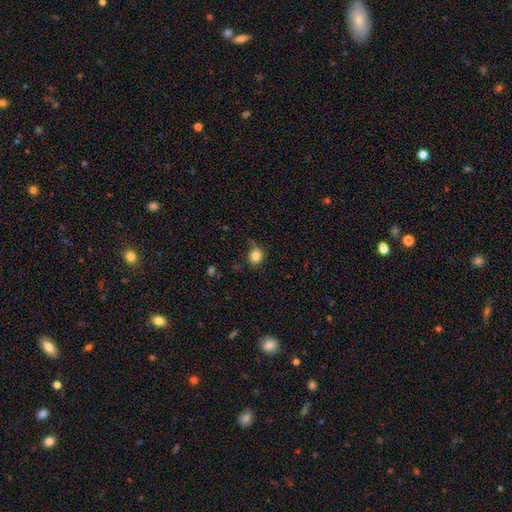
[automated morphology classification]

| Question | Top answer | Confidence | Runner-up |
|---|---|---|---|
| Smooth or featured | smooth | 82% | star or artifact (11%) |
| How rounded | round | 81% | in between (18%) |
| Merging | none | 67% | minor disturbance (22%) |